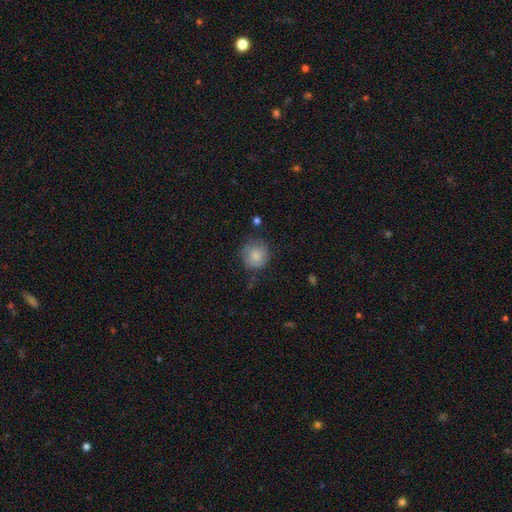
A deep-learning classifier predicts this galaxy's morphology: Smooth or featured? Predicted: smooth (p=0.79). How rounded? Predicted: round (p=0.90). Merging? Predicted: none (p=0.69).